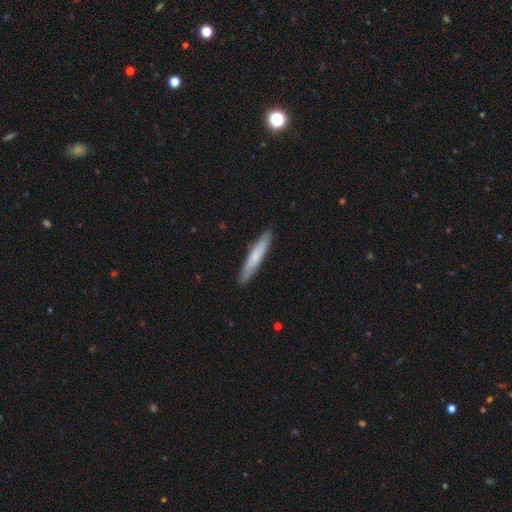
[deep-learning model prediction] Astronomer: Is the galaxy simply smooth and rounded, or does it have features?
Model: smooth — 65%.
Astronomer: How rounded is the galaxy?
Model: cigar-shaped — 93%.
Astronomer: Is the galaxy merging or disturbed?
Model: none — 90%.